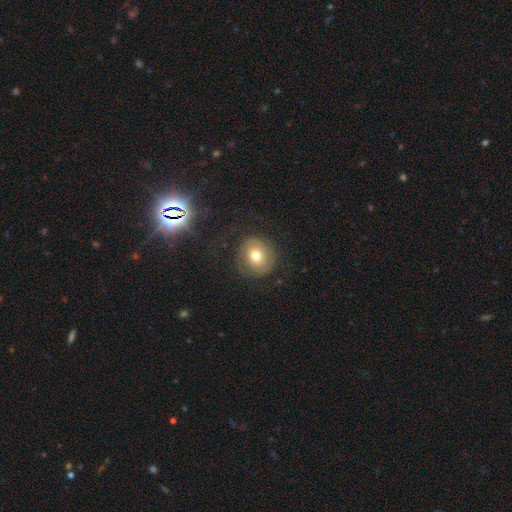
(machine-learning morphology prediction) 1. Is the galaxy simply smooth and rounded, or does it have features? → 61% smooth, 27% featured or disk, 12% star or artifact.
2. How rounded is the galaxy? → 84% round, 15% in between, 1% cigar-shaped.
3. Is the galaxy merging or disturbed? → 75% none, 14% minor disturbance, 9% major disturbance, 1% merger.